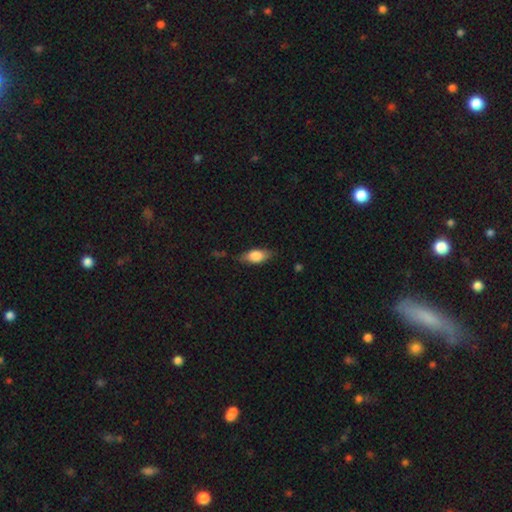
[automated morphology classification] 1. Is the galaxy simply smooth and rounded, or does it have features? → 75% smooth, 18% featured or disk, 7% star or artifact.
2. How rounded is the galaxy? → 84% in between, 12% cigar-shaped, 4% round.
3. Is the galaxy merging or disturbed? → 71% none, 22% minor disturbance, 5% major disturbance, 2% merger.